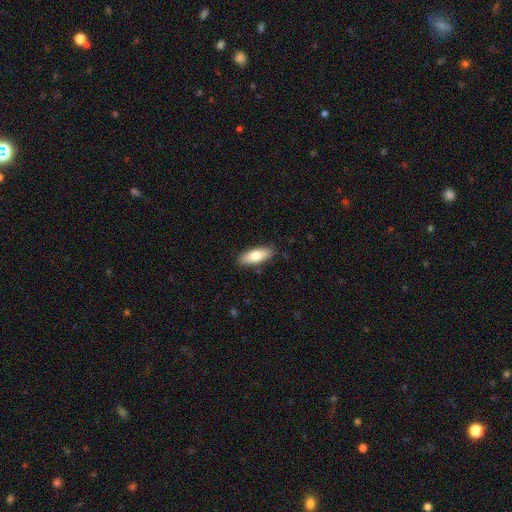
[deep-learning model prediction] The model was most divided on "how rounded": in between: 71%, cigar-shaped: 27%, round: 2%. More confident: merging — none (87%); smooth or featured — smooth (78%).